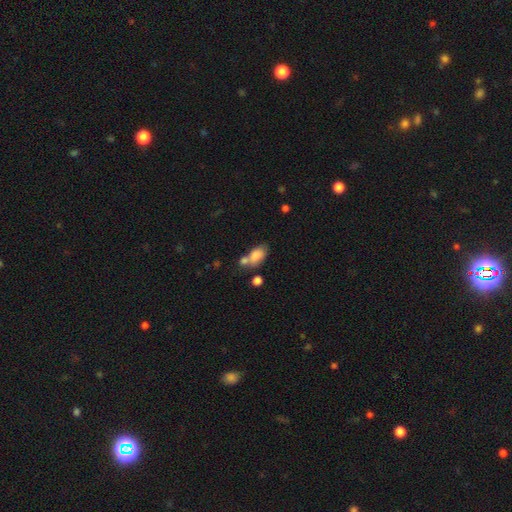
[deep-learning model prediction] smooth_or_featured: smooth (p=0.81) [alt: featured or disk p=0.10]
how_rounded: in between (p=0.89) [alt: round p=0.09]
merging: none (p=0.40) [alt: merger p=0.38]